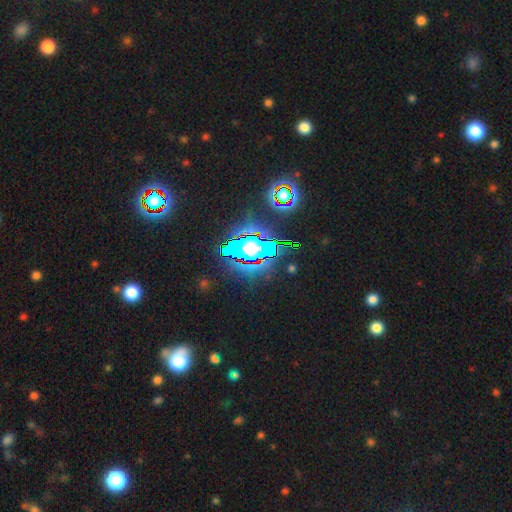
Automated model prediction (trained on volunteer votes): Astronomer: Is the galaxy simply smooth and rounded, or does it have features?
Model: star or artifact — 84%.